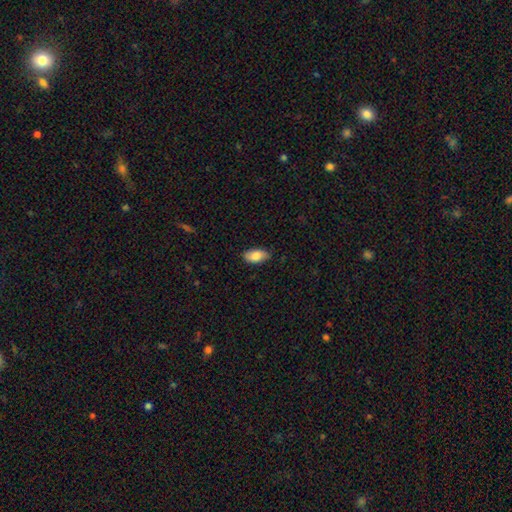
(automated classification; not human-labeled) smooth-or-featured: smooth: 83% | featured or disk: 11% | star or artifact: 7%
  how-rounded: in between: 93% | cigar-shaped: 4% | round: 3%
  merging: none: 82% | minor disturbance: 15% | major disturbance: 2% | merger: 1%